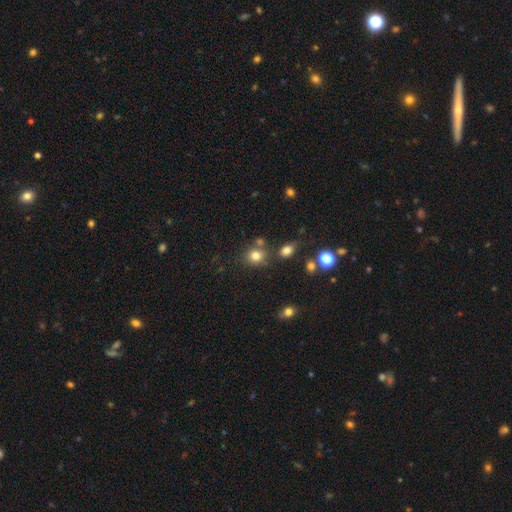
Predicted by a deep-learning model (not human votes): Smooth or featured? smooth (79%)
How rounded? round (75%)
Merging? none (70%)